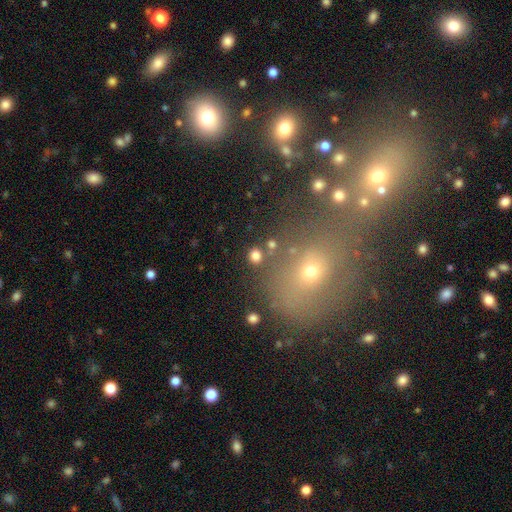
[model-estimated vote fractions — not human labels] Smooth or featured?
  - smooth: 77% *
  - star or artifact: 16%
  - featured or disk: 7%
How rounded?
  - round: 82% *
  - in between: 16%
  - cigar-shaped: 1%
Merging?
  - none: 82% *
  - minor disturbance: 7%
  - merger: 6%
  - major disturbance: 4%